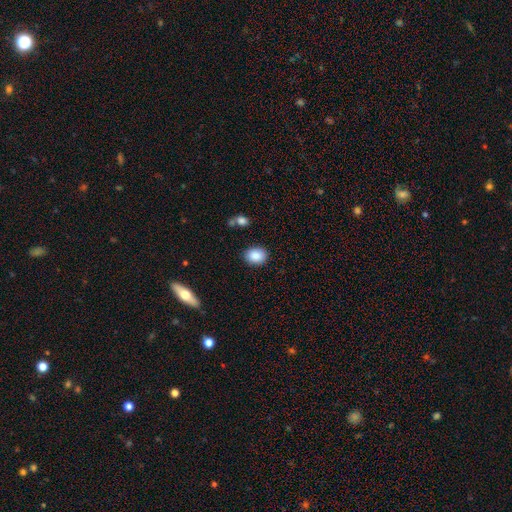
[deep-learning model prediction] smooth 87%, star or artifact 8%, featured or disk 5%. Down the decision tree: how rounded — in between (55%); merging — none (86%).